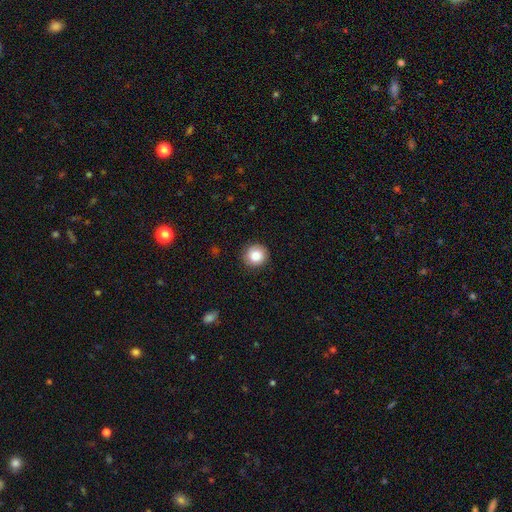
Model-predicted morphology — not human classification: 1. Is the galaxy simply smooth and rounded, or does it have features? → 85% smooth, 9% star or artifact, 6% featured or disk.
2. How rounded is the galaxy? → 92% round, 7% in between, 1% cigar-shaped.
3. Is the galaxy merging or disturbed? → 89% none, 8% minor disturbance, 2% major disturbance, 1% merger.